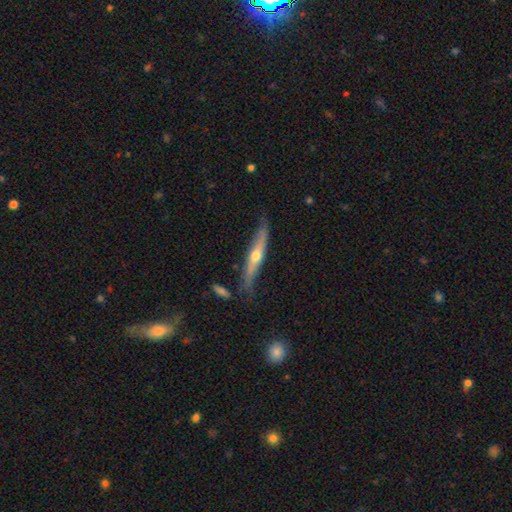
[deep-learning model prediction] This is likely a featured or disk galaxy (62%). It is clearly viewed edge-on (89%). Edge-on bulge: clearly rounded (88%). Merging: likely none (72%).